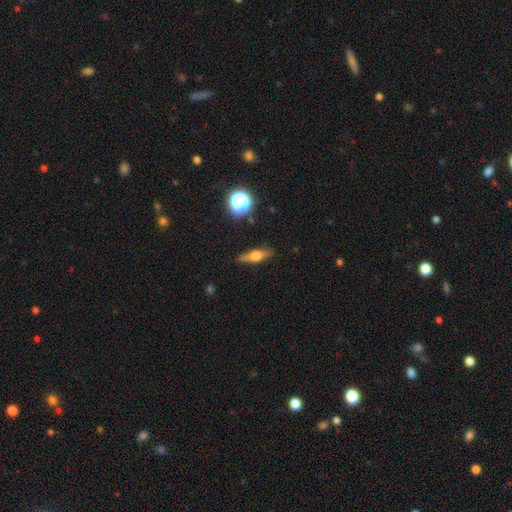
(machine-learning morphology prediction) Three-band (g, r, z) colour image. It shows a featured or disk galaxy (54%) viewed edge-on (92%) with a rounded central bulge (93%). Merging: none (86%).